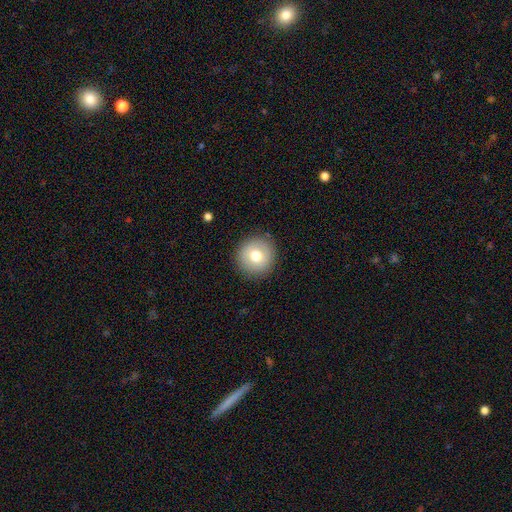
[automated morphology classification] This appears to be a smooth galaxy with no disk features (75%) that is round (94%). Merging: none (90%).